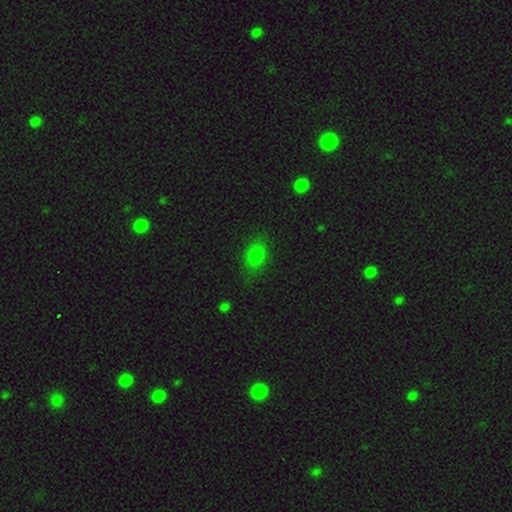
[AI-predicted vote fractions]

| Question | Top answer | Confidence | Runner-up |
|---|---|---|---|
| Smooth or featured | smooth | 79% | star or artifact (14%) |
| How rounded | in between | 73% | round (24%) |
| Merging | none | 77% | minor disturbance (17%) |